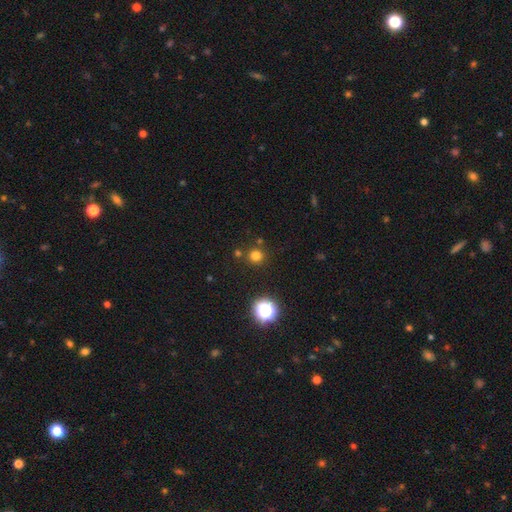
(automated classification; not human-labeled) This is likely a smooth galaxy (74%). How rounded: clearly round (94%). Merging: clearly none (85%).